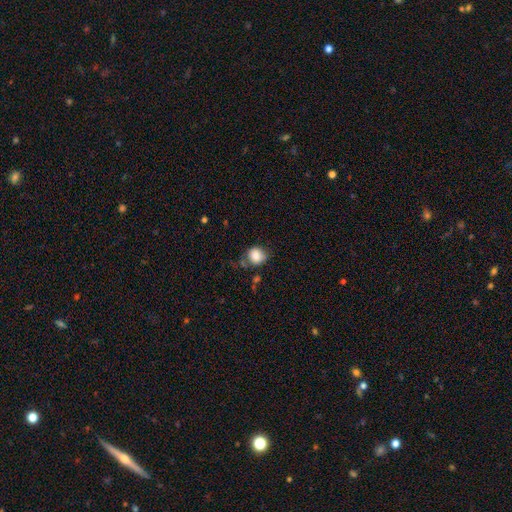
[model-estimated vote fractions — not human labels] A smooth galaxy with no disk features (80%) that is round (73%).

Vote fractions:
- Smooth or featured? smooth: 80% / featured or disk: 12% / star or artifact: 9%
- How rounded? round: 73% / in between: 26% / cigar-shaped: 1%
- Merging? none: 60% / minor disturbance: 25% / major disturbance: 9% / merger: 6%